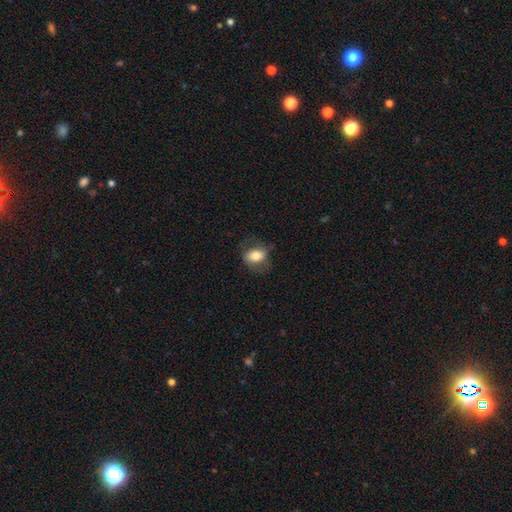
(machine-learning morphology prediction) Smooth or featured: smooth — 66% (featured or disk — 26%)
How rounded: in between — 69% (round — 29%)
Merging: none — 68% (minor disturbance — 19%)